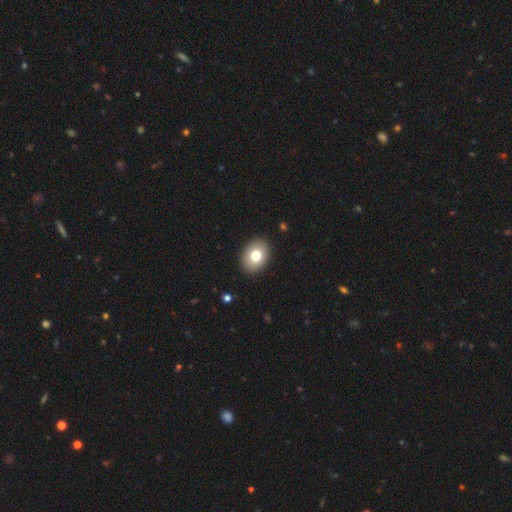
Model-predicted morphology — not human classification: Overall: smooth (77%). How rounded: in between (75%). Merging: none (91%).